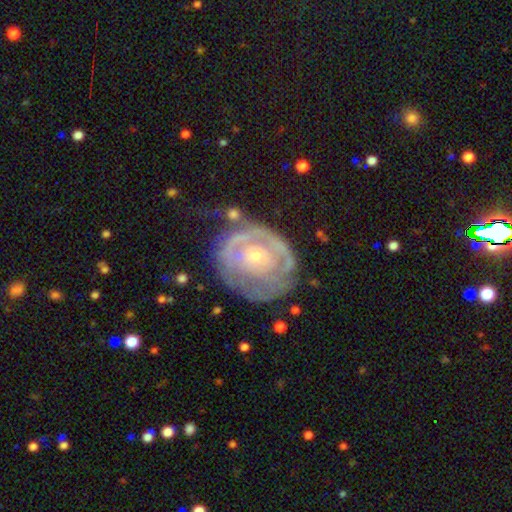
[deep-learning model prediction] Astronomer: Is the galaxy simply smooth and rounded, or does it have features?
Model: featured or disk — 77%.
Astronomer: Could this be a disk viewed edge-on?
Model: no — 97%.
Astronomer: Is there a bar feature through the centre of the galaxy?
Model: no — 82%.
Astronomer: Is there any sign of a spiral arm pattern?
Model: yes — 68%.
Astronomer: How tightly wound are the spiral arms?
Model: tight — 75%.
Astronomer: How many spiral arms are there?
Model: can't tell — 50%.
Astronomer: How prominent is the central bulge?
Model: small — 73%.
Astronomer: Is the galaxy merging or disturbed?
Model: none — 53%.